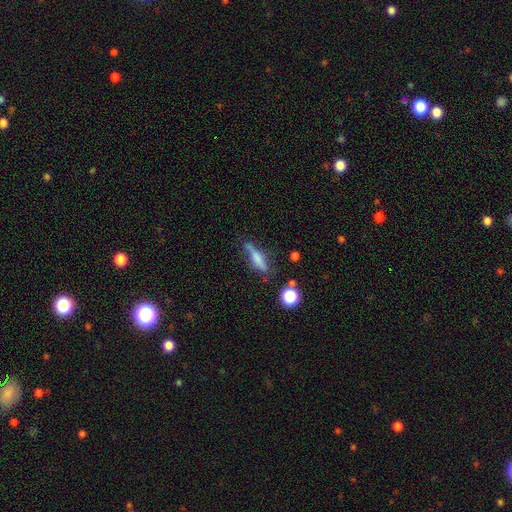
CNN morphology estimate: A smooth galaxy with no disk features (52%) that is cigar-shaped (73%).

Vote fractions:
- Smooth or featured? smooth: 52% / featured or disk: 38% / star or artifact: 11%
- How rounded? cigar-shaped: 73% / in between: 24% / round: 4%
- Merging? none: 60% / minor disturbance: 25% / major disturbance: 10% / merger: 5%